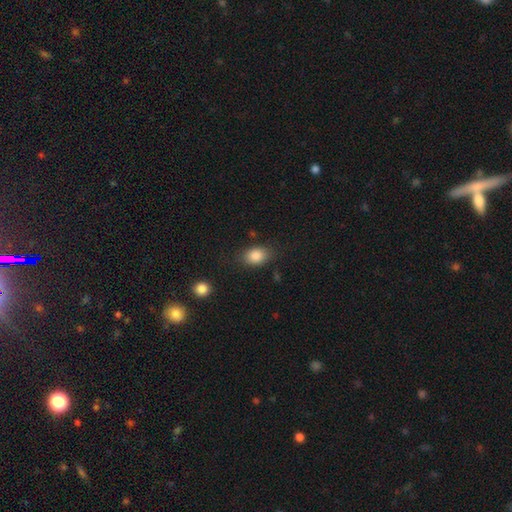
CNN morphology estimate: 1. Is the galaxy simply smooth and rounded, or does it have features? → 85% smooth, 9% star or artifact, 6% featured or disk.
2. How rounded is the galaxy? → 73% in between, 26% round, 1% cigar-shaped.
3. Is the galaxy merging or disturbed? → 78% none, 15% minor disturbance, 5% major disturbance, 2% merger.